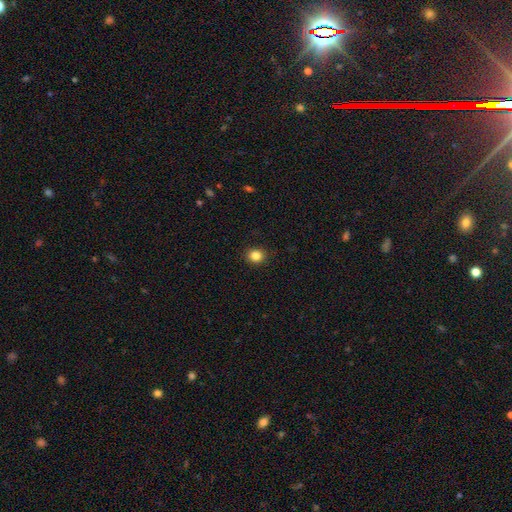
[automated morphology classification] Smooth or featured? smooth (84%)
How rounded? round (77%)
Merging? none (91%)